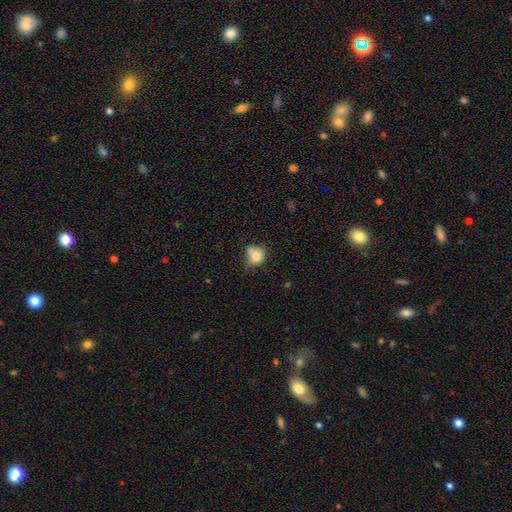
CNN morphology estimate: The model was most divided on "merging": none: 40%, minor disturbance: 30%, merger: 18%, major disturbance: 11%. More confident: smooth or featured — smooth (78%); how rounded — round (67%).